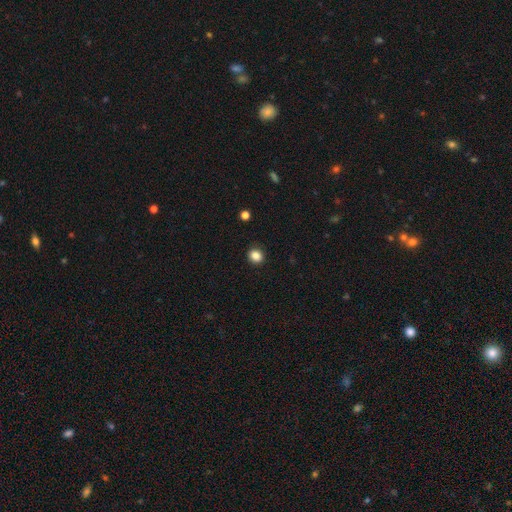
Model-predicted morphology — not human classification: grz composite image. It shows a smooth galaxy with no disk features (86%) that is round (79%). Merging: none (90%).